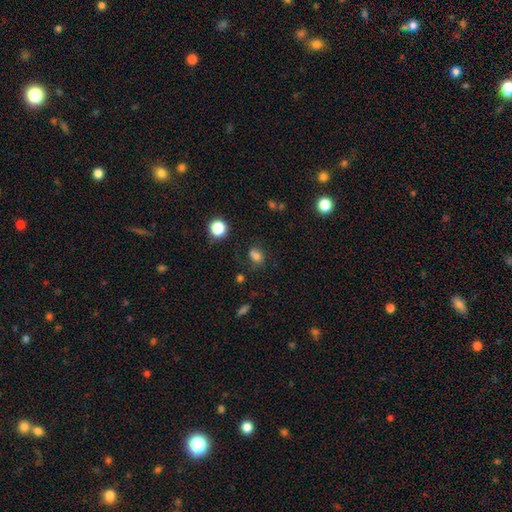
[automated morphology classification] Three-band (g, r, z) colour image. It shows a smooth galaxy with no disk features (73%) that is in between round and cigar-shaped (52%). Merging: none (54%).